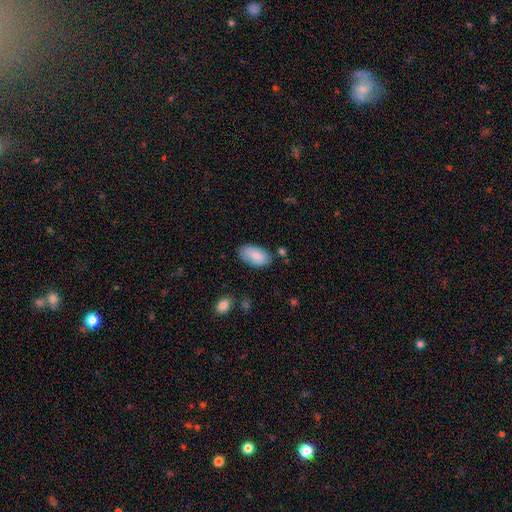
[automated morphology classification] Smooth or featured? smooth (86%)
How rounded? in between (95%)
Merging? none (73%)